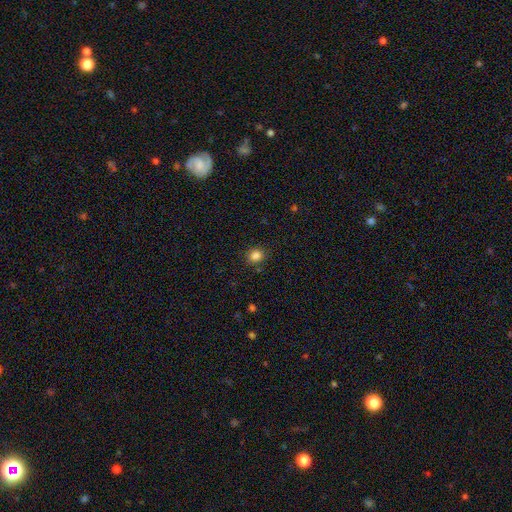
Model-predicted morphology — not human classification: This is clearly a smooth galaxy (84%). How rounded: likely round (73%). Merging: clearly none (85%).